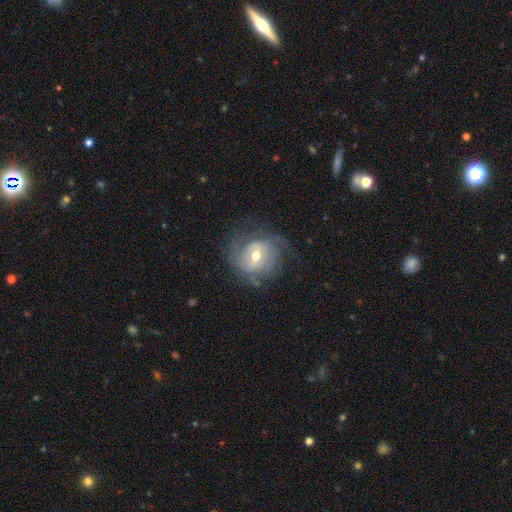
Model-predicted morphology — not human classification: A featured or disk galaxy (72%) with a weak bar (47%), 2 (37%) tight (45%) spiral arms (84%) and a moderate central bulge (68%). Merging: none (62%).